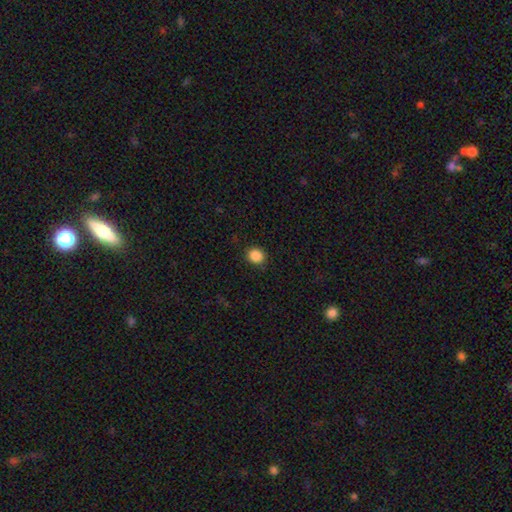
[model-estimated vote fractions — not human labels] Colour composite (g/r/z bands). It shows a smooth galaxy with no disk features (88%) that is round (78%). Merging: none (88%).